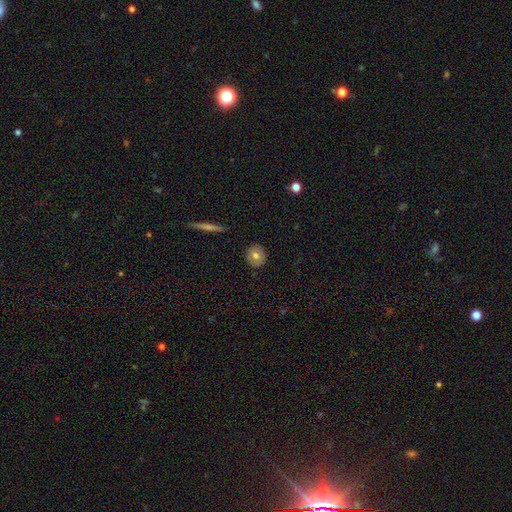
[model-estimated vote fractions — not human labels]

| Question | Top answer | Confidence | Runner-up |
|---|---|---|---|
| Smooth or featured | smooth | 72% | featured or disk (20%) |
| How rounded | round | 86% | in between (13%) |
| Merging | none | 89% | minor disturbance (8%) |